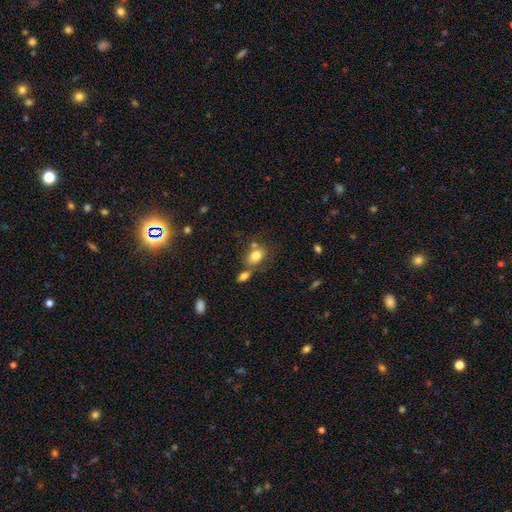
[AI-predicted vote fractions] A smooth galaxy with no disk features (80%) that is in between round and cigar-shaped (63%). Merging: none (49%).